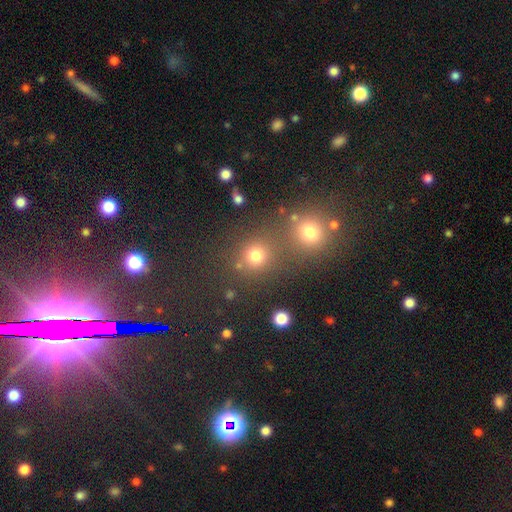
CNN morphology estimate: A smooth galaxy with no disk features (77%) that is round (87%). Merging: none (65%).